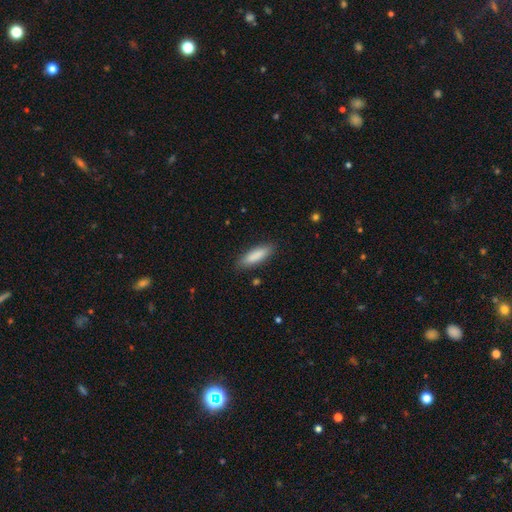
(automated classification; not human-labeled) Smooth or featured: smooth — 86% (featured or disk — 8%)
How rounded: cigar-shaped — 53% (in between — 45%)
Merging: none — 86% (minor disturbance — 11%)